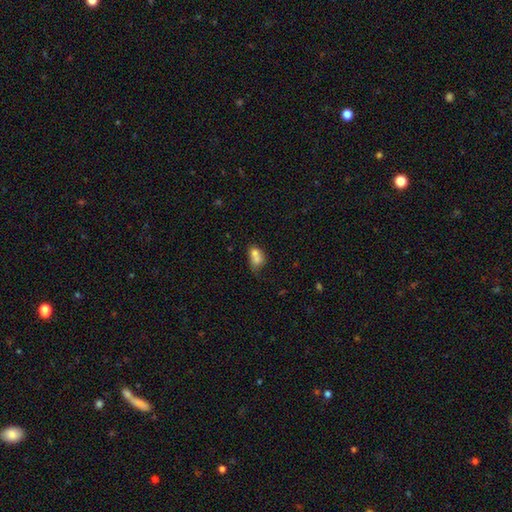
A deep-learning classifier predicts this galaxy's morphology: A smooth galaxy with no disk features (72%) that is in between round and cigar-shaped (61%).

Vote fractions:
- Smooth or featured? smooth: 72% / featured or disk: 18% / star or artifact: 10%
- How rounded? in between: 61% / round: 37% / cigar-shaped: 2%
- Merging? merger: 63% / none: 21% / minor disturbance: 10% / major disturbance: 5%